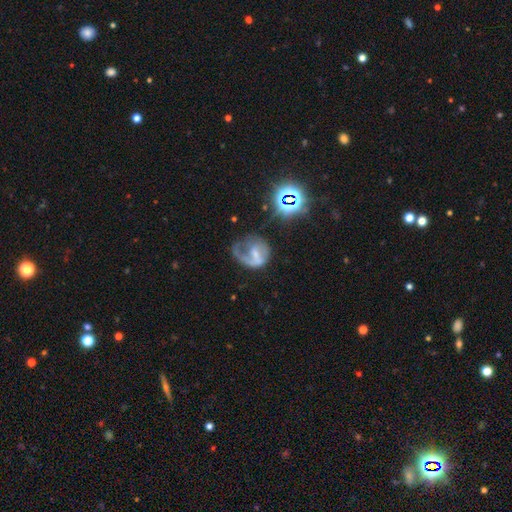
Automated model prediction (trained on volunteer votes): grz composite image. It shows a featured or disk galaxy (61%) with a weak bar (41%), spiral arms (71%) and no central bulge (41%). Merging: major disturbance (44%).